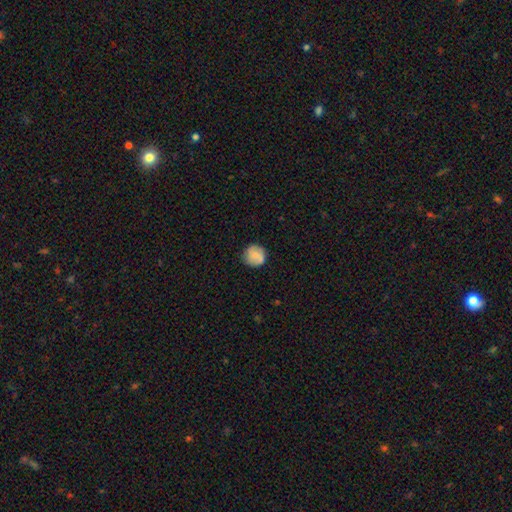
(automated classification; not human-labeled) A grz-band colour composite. It shows a smooth galaxy with no disk features (68%) that is round (91%). Merging: none (81%).